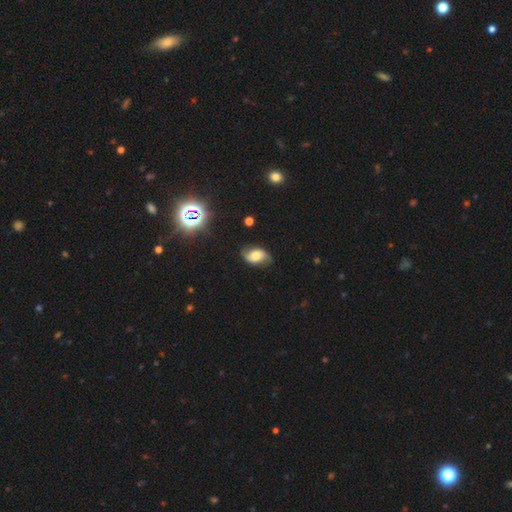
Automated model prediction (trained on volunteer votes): Q: Smooth or featured?
A: featured or disk (51%); runner-up: smooth (37%)
Q: Edge-on disk?
A: no (95%); runner-up: yes (5%)
Q: Merging?
A: none (71%); runner-up: minor disturbance (21%)